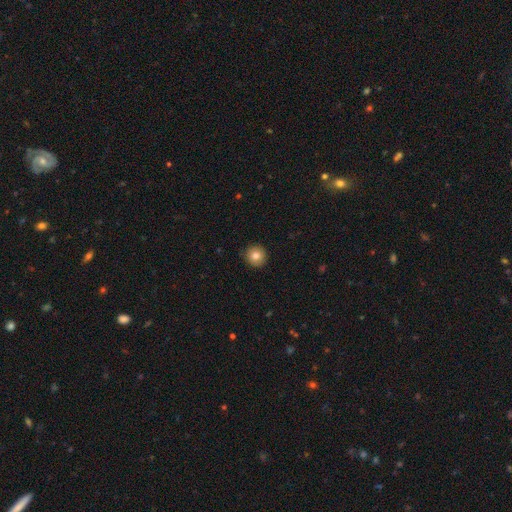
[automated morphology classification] smooth 81%, featured or disk 10%, star or artifact 9%. Down the decision tree: how rounded — round (94%); merging — none (91%).